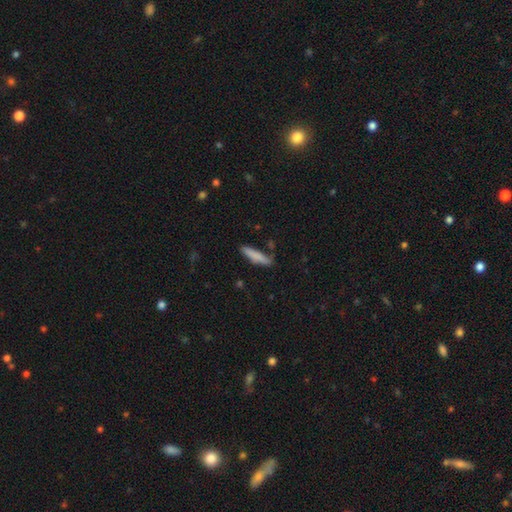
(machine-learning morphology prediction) type=smooth (80%); roundness=cigar-shaped (86%); merging=none (76%).